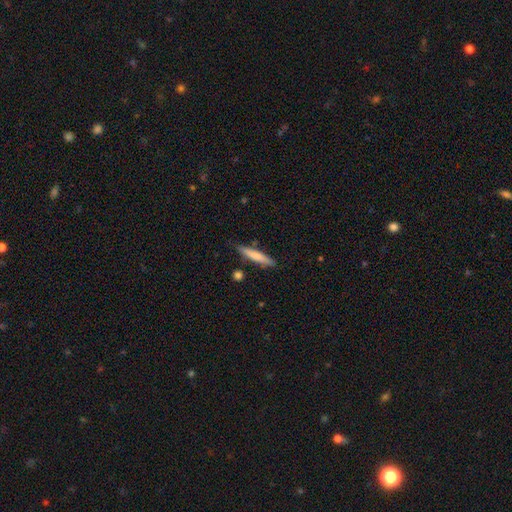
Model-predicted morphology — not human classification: Q: Smooth or featured?
A: smooth (71%); runner-up: featured or disk (24%)
Q: How rounded?
A: cigar-shaped (92%); runner-up: in between (7%)
Q: Merging?
A: none (82%); runner-up: minor disturbance (12%)